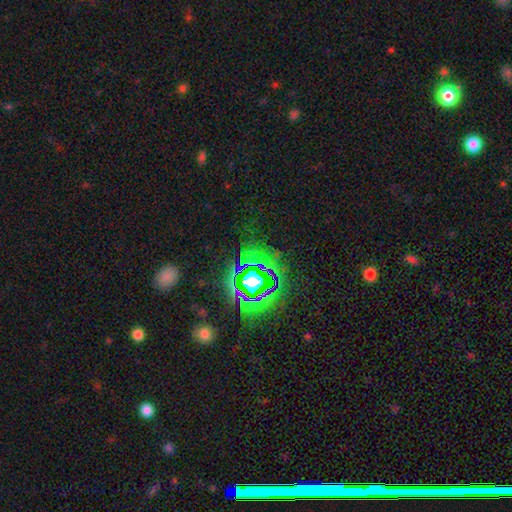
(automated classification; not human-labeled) Q: Smooth or featured?
A: star or artifact (74%); runner-up: smooth (14%)